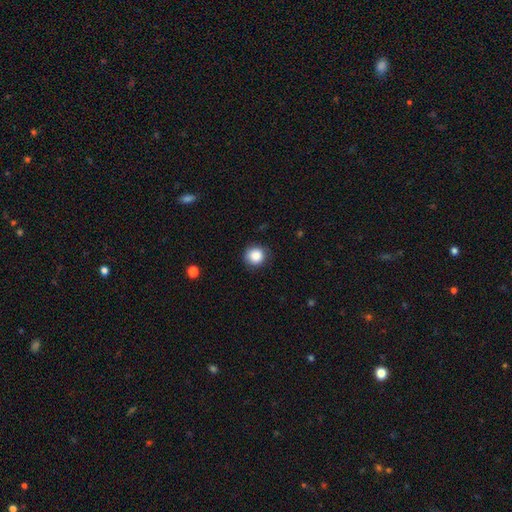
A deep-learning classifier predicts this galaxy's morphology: smooth_or_featured: smooth (p=0.87) [alt: star or artifact p=0.09]
how_rounded: round (p=0.93) [alt: in between p=0.06]
merging: none (p=0.83) [alt: minor disturbance p=0.12]